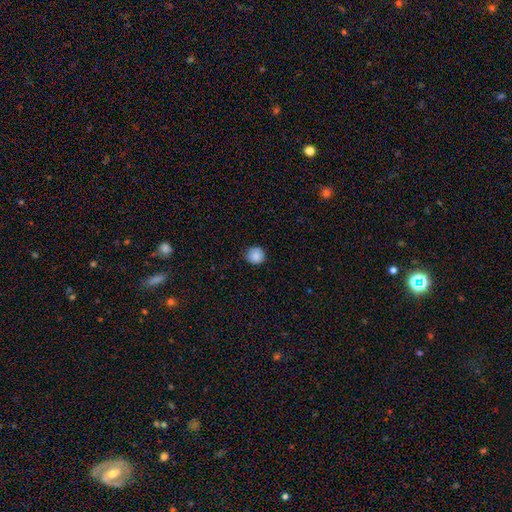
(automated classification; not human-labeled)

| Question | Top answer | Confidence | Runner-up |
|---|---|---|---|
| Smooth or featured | smooth | 86% | star or artifact (9%) |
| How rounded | round | 93% | in between (7%) |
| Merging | none | 85% | minor disturbance (12%) |